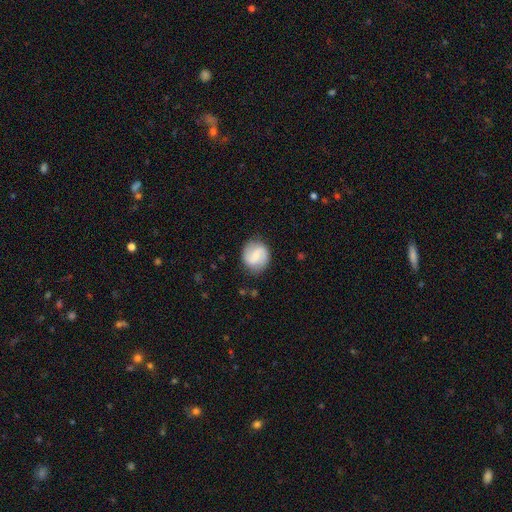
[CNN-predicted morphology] Q: Smooth or featured?
A: featured or disk (55%); runner-up: smooth (39%)
Q: Edge-on disk?
A: no (98%); runner-up: yes (2%)
Q: Bar?
A: weak (53%); runner-up: no (25%)
Q: Spiral arms?
A: yes (90%); runner-up: no (10%)
Q: Bulge size?
A: small (48%); runner-up: moderate (27%)
Q: Merging?
A: none (82%); runner-up: minor disturbance (13%)